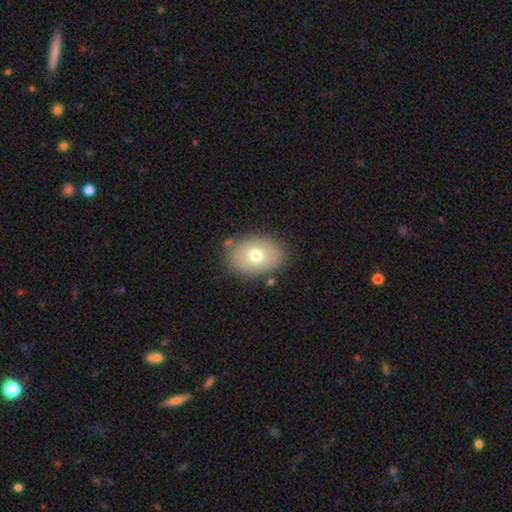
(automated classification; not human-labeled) Smooth or featured? smooth (72%)
How rounded? in between (79%)
Merging? none (82%)